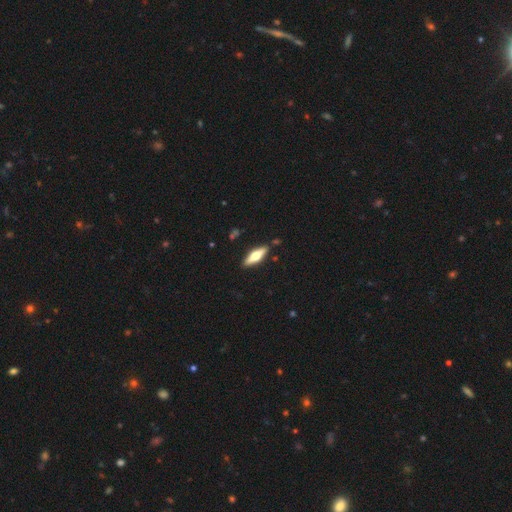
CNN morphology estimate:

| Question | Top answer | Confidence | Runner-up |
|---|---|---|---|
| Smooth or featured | featured or disk | 50% | smooth (45%) |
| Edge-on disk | yes | 91% | no (9%) |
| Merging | none | 87% | minor disturbance (9%) |